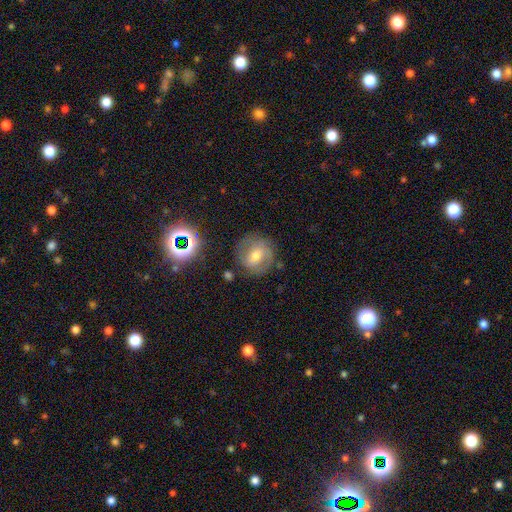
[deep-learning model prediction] Overall: featured or disk (49%; smooth 37%). Merging: none (76%).